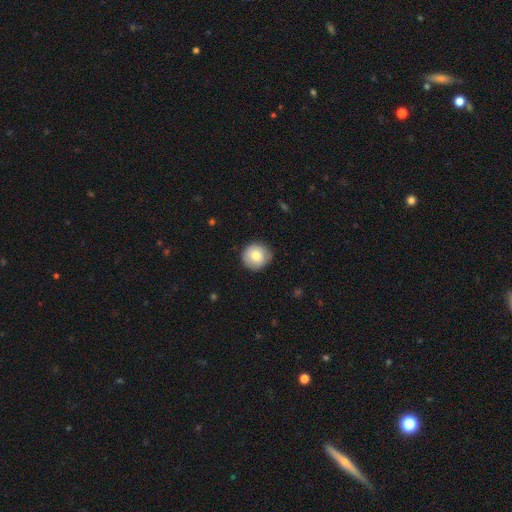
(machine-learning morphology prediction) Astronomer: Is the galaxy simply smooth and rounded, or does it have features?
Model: smooth — 78%.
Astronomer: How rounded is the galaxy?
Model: round — 93%.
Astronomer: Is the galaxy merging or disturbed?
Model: none — 83%.